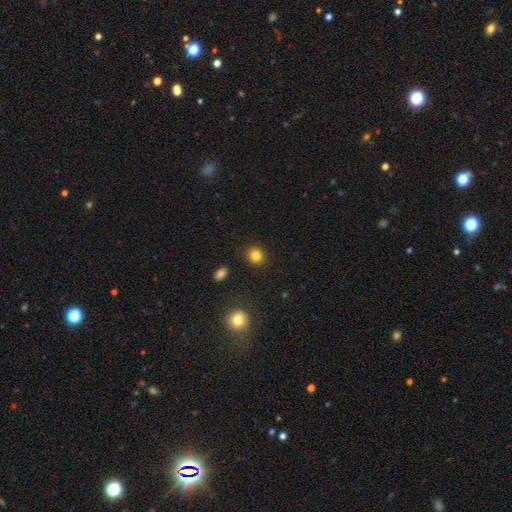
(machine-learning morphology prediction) Smooth or featured? smooth (84%)
How rounded? round (87%)
Merging? none (90%)